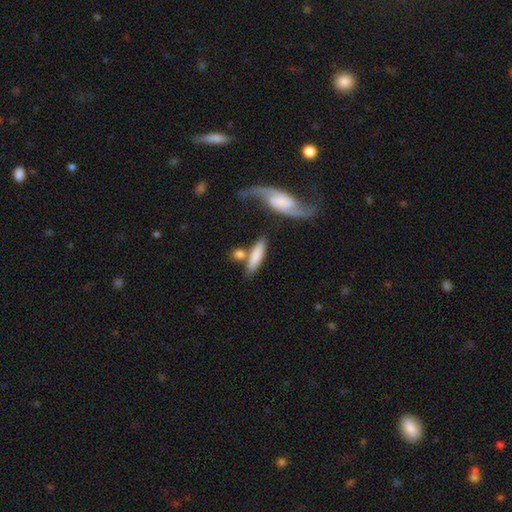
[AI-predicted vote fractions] Overall: smooth (72%). How rounded: cigar-shaped (60%; in between 36%). Merging: none (57%; merger 22%).